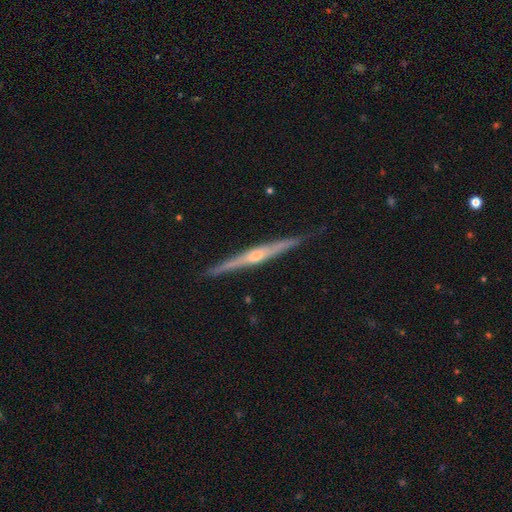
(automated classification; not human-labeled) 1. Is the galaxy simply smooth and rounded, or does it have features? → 83% featured or disk, 12% smooth, 5% star or artifact.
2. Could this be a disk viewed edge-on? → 98% yes, 2% no.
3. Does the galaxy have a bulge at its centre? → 85% rounded, 9% none, 6% boxy.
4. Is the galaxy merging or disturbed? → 91% none, 7% minor disturbance, 1% major disturbance, 1% merger.